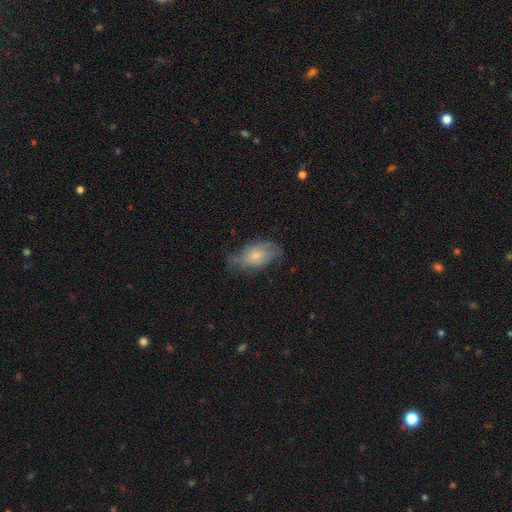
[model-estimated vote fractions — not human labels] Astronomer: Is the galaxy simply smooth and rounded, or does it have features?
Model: smooth — 59% (runner-up: featured or disk, 34%).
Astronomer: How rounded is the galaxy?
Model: in between — 91%.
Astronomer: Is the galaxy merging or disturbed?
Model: none — 51% (runner-up: minor disturbance, 33%).